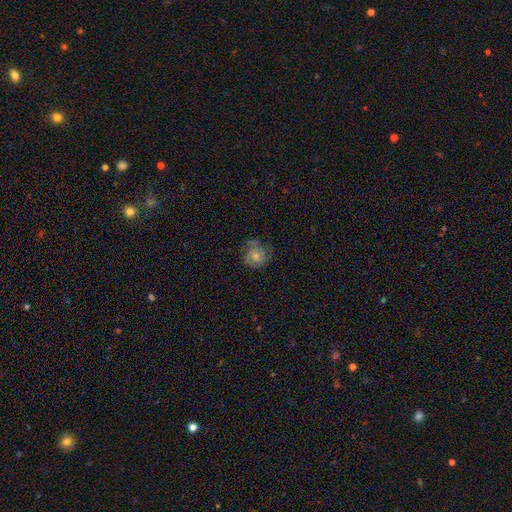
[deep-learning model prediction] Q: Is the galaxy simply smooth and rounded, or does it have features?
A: featured or disk — 47%.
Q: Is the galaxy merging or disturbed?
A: none — 68%.